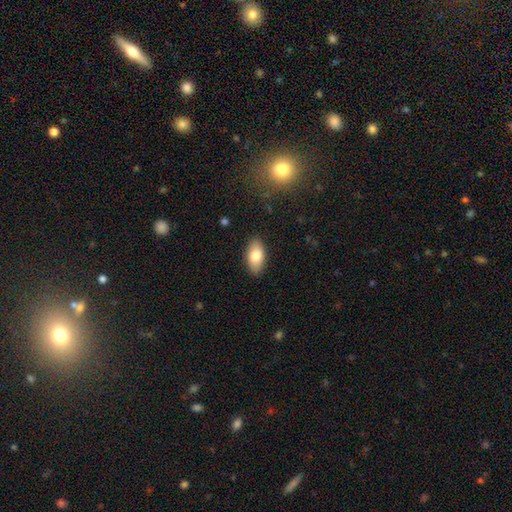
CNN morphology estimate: Overall: smooth (81%). How rounded: in between (93%). Merging: none (88%).